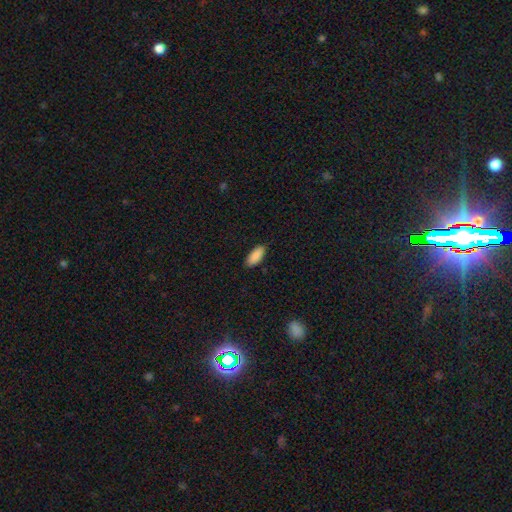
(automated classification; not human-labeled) This is clearly a smooth galaxy (90%). How rounded: clearly in between (86%). Merging: clearly none (86%).